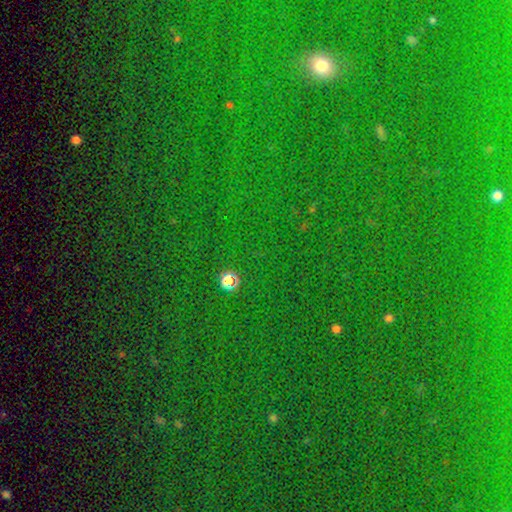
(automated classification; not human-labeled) Smooth or featured?
  - star or artifact: 77% *
  - smooth: 15%
  - featured or disk: 8%